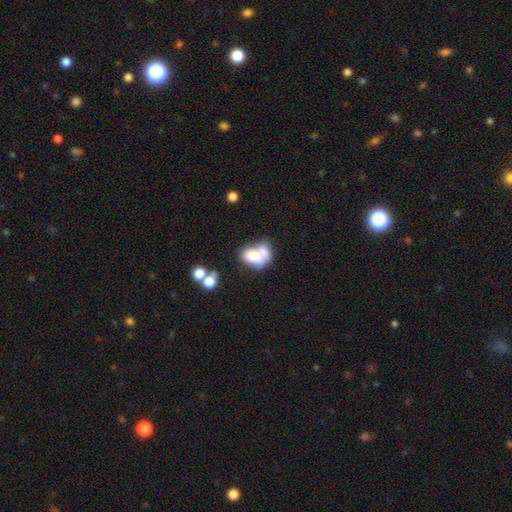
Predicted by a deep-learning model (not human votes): A smooth galaxy with no disk features (66%) that is in between round and cigar-shaped (80%). Merging: merger (56%).